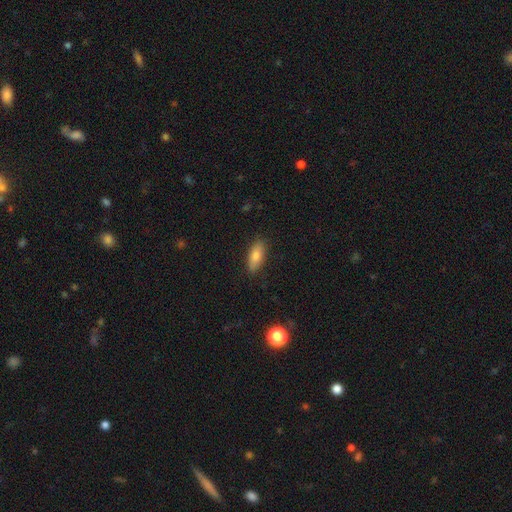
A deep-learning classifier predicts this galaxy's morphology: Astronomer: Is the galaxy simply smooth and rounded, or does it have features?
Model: smooth — 79%.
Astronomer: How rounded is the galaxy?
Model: in between — 77%.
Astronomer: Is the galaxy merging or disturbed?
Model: none — 87%.